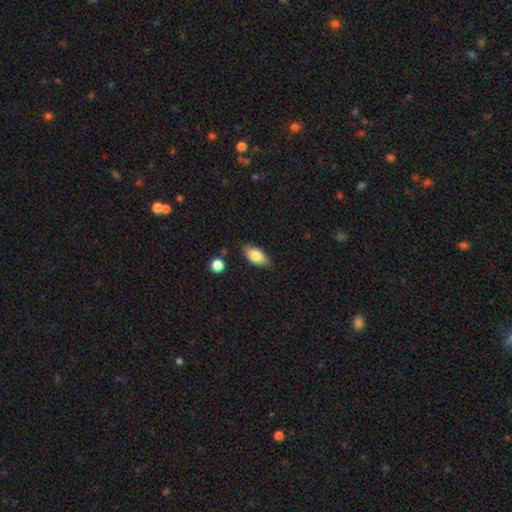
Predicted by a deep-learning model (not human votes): The model was most divided on "merging": none: 82%, minor disturbance: 13%, major disturbance: 3%, merger: 2%. More confident: how rounded — in between (89%); smooth or featured — smooth (82%).